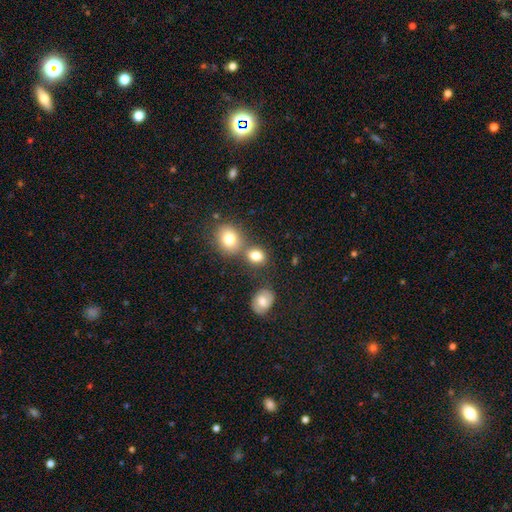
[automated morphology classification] This is likely a smooth galaxy (80%). How rounded: possibly in between (49%, tied with round). Merging: possibly none (60%).